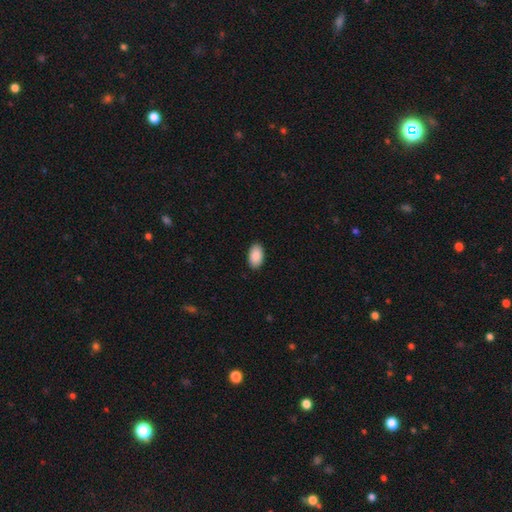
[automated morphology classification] type=smooth (90%); roundness=in between (95%); merging=none (90%).